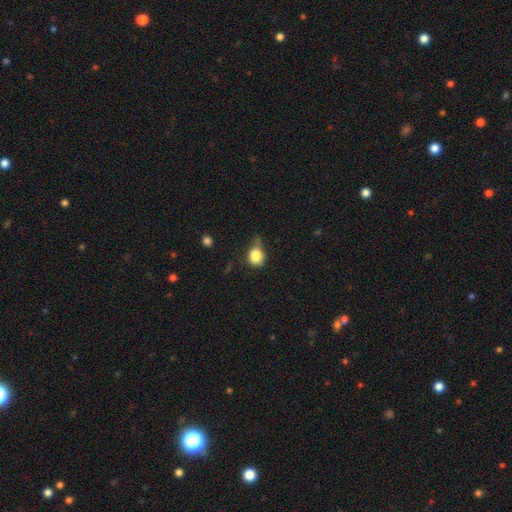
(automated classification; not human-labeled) smooth-or-featured: smooth: 81% | featured or disk: 10% | star or artifact: 9%
  how-rounded: round: 71% | in between: 28% | cigar-shaped: 1%
  merging: minor disturbance: 42% | none: 35% | major disturbance: 18% | merger: 5%